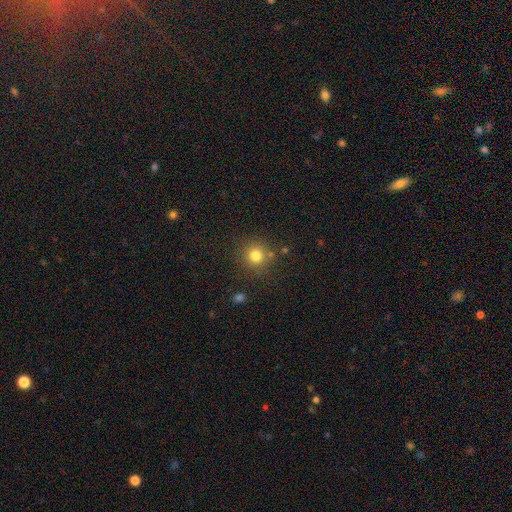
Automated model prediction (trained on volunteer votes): This appears to be a smooth galaxy with no disk features (79%) that is round (93%). Merging: none (82%).